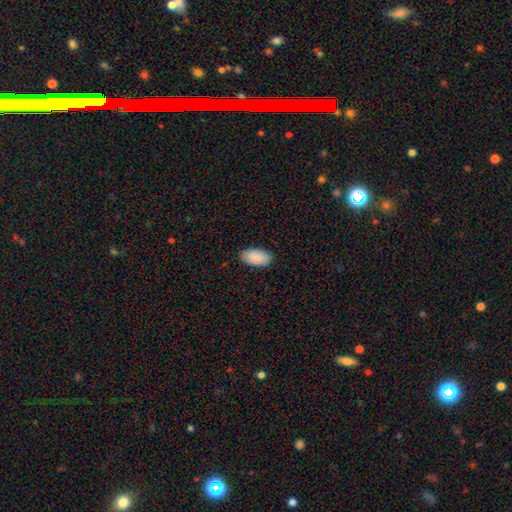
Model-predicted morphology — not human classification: The model was most divided on "merging": none: 87%, minor disturbance: 10%, major disturbance: 2%, merger: 1%. More confident: how rounded — in between (95%); smooth or featured — smooth (89%).